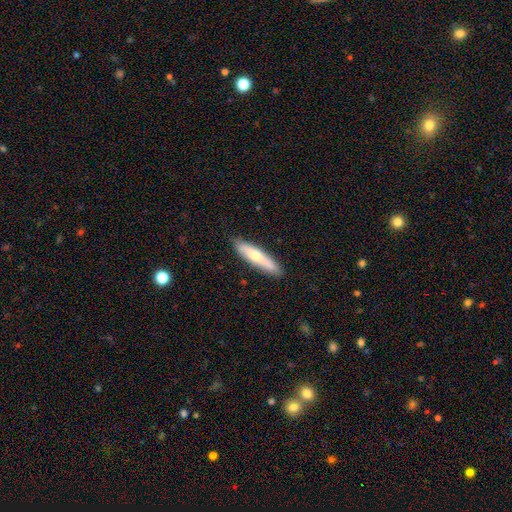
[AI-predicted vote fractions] smooth-or-featured: smooth: 61% | featured or disk: 33% | star or artifact: 6%
  how-rounded: cigar-shaped: 79% | in between: 19% | round: 2%
  merging: none: 87% | minor disturbance: 10% | major disturbance: 2% | merger: 1%